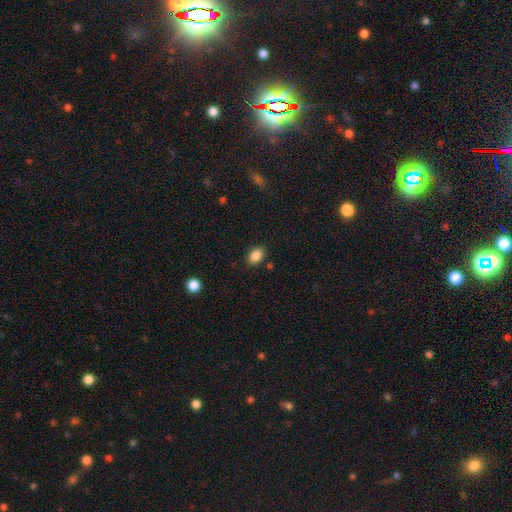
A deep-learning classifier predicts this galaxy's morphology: Smooth or featured? smooth (87%)
How rounded? in between (77%)
Merging? none (85%)